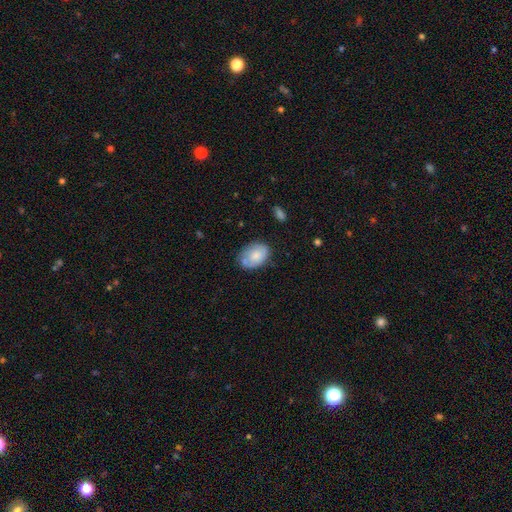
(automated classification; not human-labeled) Smooth or featured? smooth (73%)
How rounded? in between (82%)
Merging? none (58%)